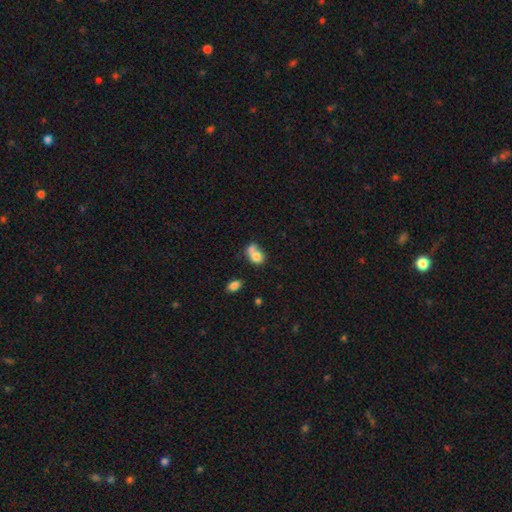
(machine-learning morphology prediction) Q: Smooth or featured?
A: smooth (76%); runner-up: featured or disk (15%)
Q: How rounded?
A: in between (52%); runner-up: round (46%)
Q: Merging?
A: merger (61%); runner-up: none (23%)